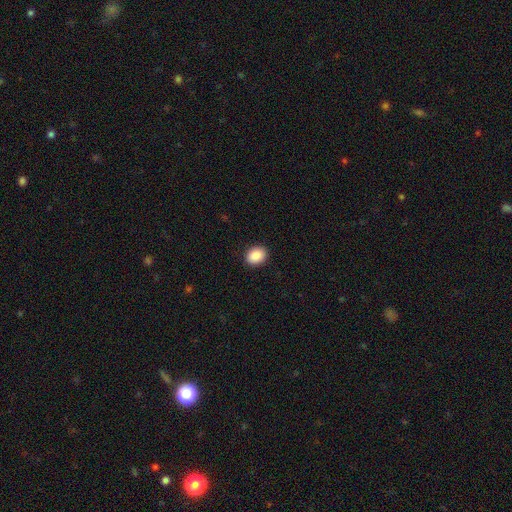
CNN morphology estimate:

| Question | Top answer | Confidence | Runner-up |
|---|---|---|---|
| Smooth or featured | smooth | 90% | star or artifact (8%) |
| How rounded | in between | 66% | round (33%) |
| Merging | none | 90% | minor disturbance (7%) |